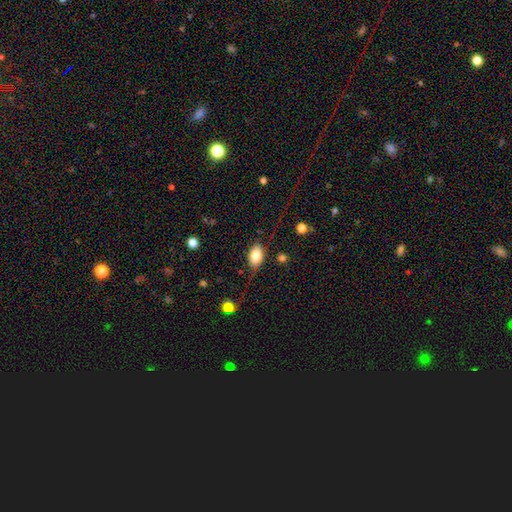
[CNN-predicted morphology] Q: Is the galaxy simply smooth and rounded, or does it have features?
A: smooth — 81%.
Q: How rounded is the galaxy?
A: in between — 90%.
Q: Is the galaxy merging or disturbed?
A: none — 76%.